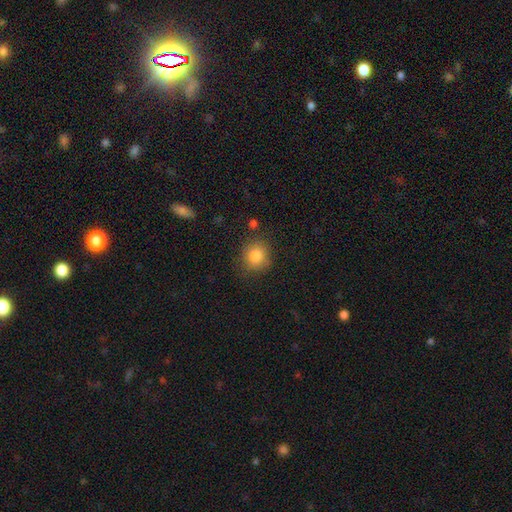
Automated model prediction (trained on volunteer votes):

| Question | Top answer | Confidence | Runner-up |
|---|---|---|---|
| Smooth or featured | smooth | 84% | star or artifact (10%) |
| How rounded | round | 85% | in between (14%) |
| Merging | none | 83% | minor disturbance (12%) |